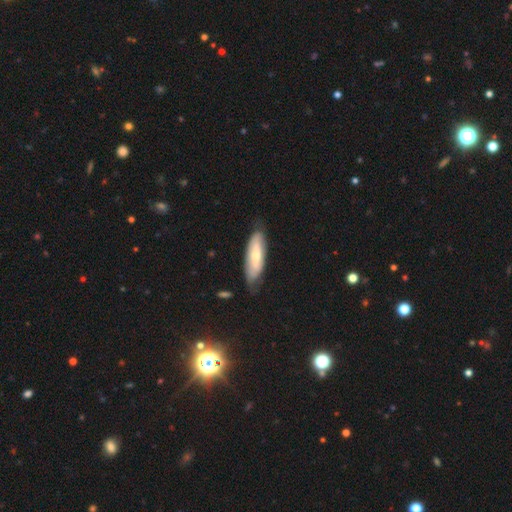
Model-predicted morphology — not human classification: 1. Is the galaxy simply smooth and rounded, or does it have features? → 51% smooth, 44% featured or disk, 5% star or artifact.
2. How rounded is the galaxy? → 58% in between, 40% cigar-shaped, 2% round.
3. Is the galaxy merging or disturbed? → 69% none, 23% minor disturbance, 6% major disturbance, 2% merger.